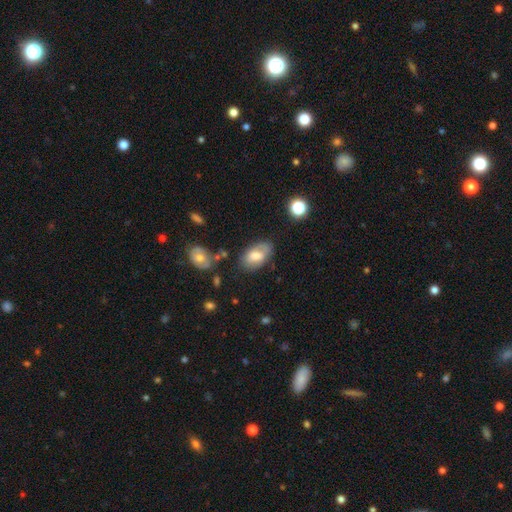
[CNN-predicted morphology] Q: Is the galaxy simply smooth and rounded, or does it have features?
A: smooth — 65%.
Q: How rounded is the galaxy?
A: in between — 92%.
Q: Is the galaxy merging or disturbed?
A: none — 66%.